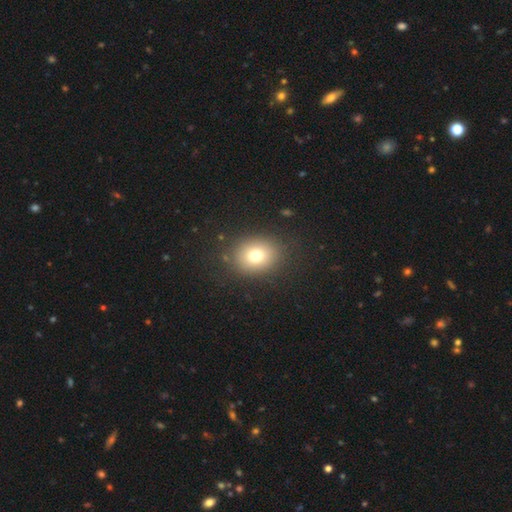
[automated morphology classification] Smooth or featured? Predicted: smooth (p=0.75). How rounded? Predicted: round (p=0.57). Merging? Predicted: none (p=0.86).